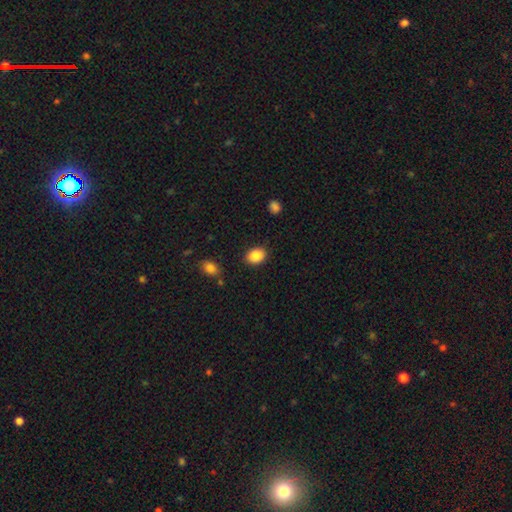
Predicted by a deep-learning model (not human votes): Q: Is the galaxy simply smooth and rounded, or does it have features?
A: smooth — 88%.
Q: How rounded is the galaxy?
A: in between — 70%.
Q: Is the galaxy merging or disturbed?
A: none — 87%.